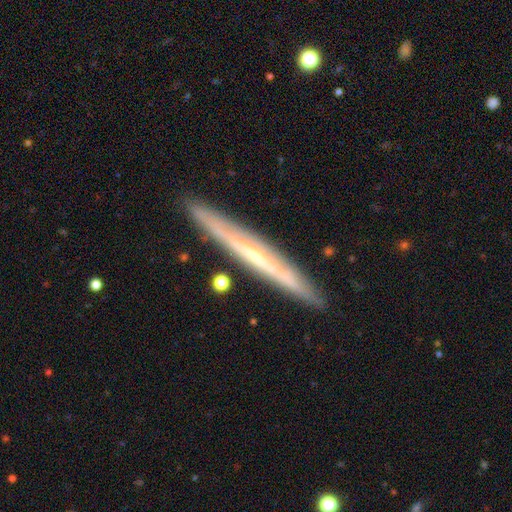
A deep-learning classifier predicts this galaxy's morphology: This is likely a featured or disk galaxy (68%). It is clearly viewed edge-on (91%). Edge-on bulge: likely none (72%). Merging: clearly none (87%).